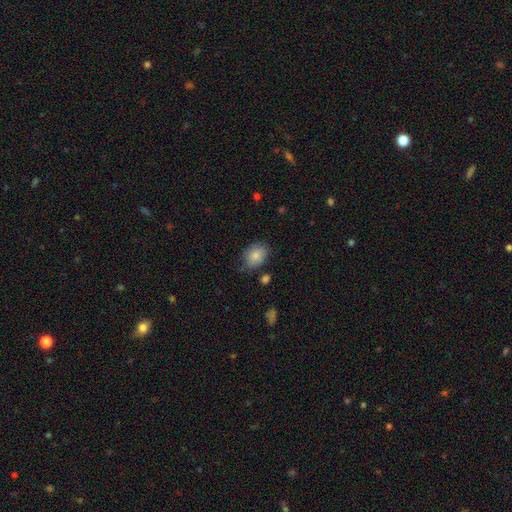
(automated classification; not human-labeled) Smooth or featured?
  - smooth: 84% *
  - featured or disk: 8%
  - star or artifact: 7%
How rounded?
  - in between: 72% *
  - round: 27%
  - cigar-shaped: 1%
Merging?
  - none: 70% *
  - minor disturbance: 22%
  - major disturbance: 5%
  - merger: 3%